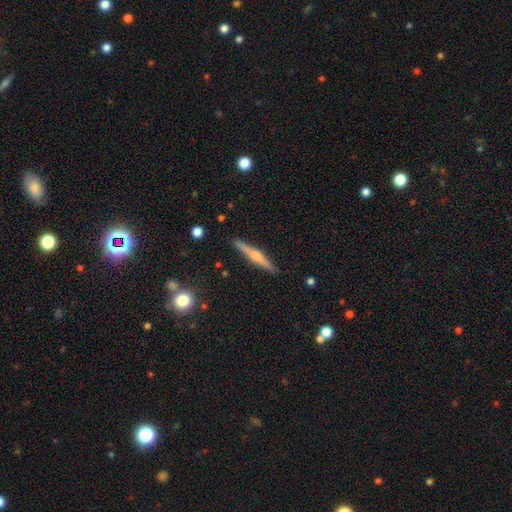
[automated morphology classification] Q: Smooth or featured?
A: featured or disk (68%); runner-up: smooth (26%)
Q: Edge-on disk?
A: yes (98%); runner-up: no (2%)
Q: Edge-on bulge?
A: rounded (85%); runner-up: none (9%)
Q: Merging?
A: none (90%); runner-up: minor disturbance (7%)